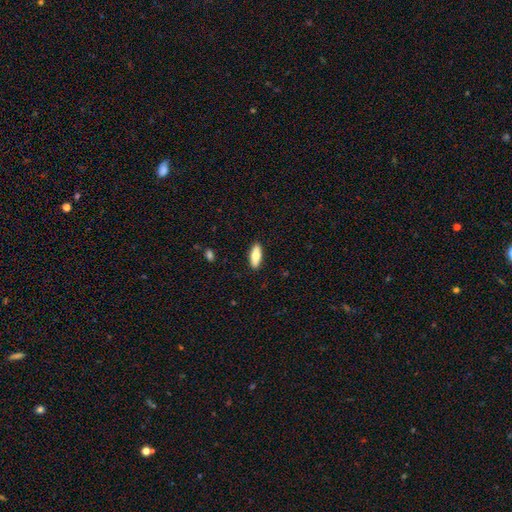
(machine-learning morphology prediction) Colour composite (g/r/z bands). It shows a smooth galaxy with no disk features (76%) that is in between round and cigar-shaped (72%). Merging: none (89%).